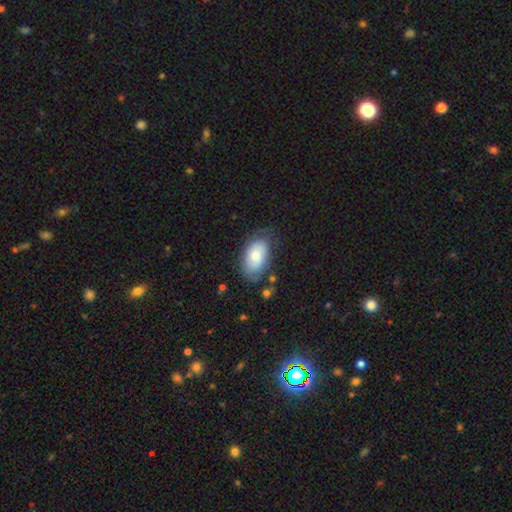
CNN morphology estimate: Smooth or featured? smooth (73%)
How rounded? in between (93%)
Merging? none (64%)